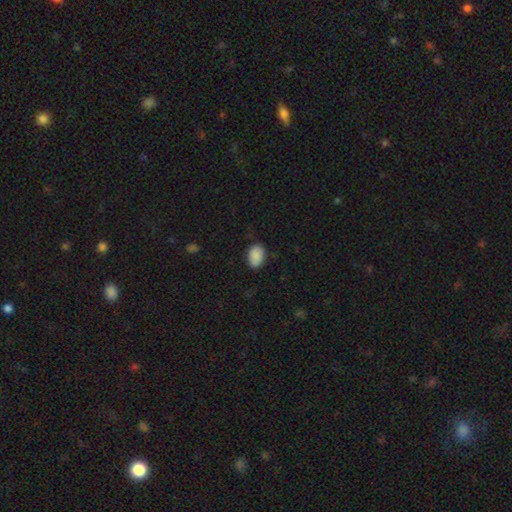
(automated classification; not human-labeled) smooth 89%, star or artifact 7%, featured or disk 4%. Down the decision tree: how rounded — in between (84%); merging — none (84%).